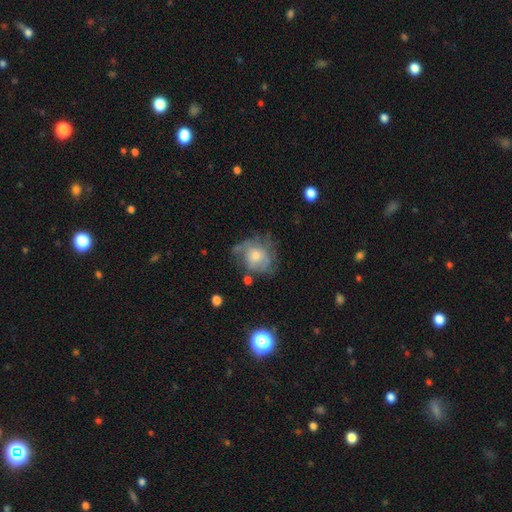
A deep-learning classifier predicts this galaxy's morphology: smooth-or-featured: featured or disk: 52% | smooth: 39% | star or artifact: 9%
  disk-edge-on: no: 97% | yes: 3%
    bar: no: 83% | weak: 15% | strong: 2%
    has-spiral-arms: yes: 55% | no: 45%
    bulge-size: moderate: 52% | small: 37% | large: 6% | none: 3% | dominant: 1%
  merging: none: 44% | minor disturbance: 27% | major disturbance: 24% | merger: 4%